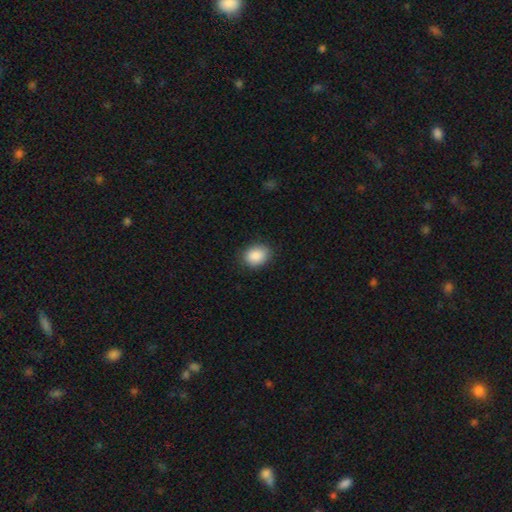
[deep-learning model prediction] smooth_or_featured: smooth (p=0.89) [alt: star or artifact p=0.07]
how_rounded: in between (p=0.56) [alt: round p=0.43]
merging: none (p=0.86) [alt: minor disturbance p=0.11]